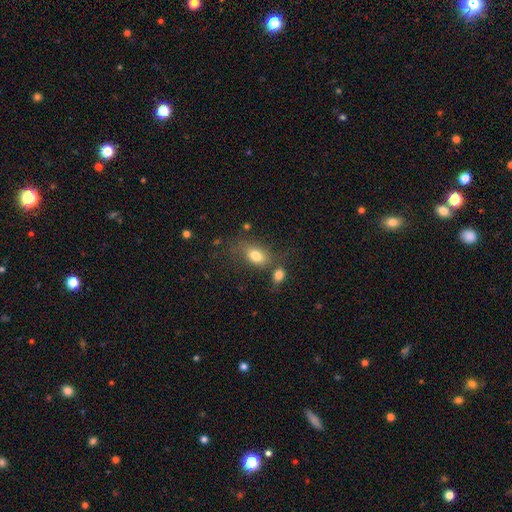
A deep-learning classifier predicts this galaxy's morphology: This appears to be a smooth galaxy with no disk features (79%) that is in between round and cigar-shaped (82%). Merging: none (54%).